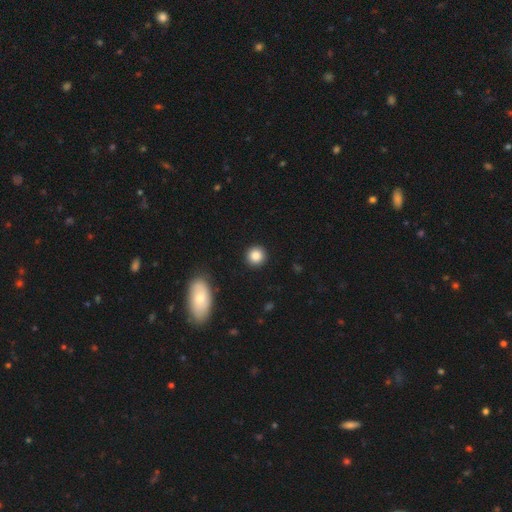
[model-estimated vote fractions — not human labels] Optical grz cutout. It shows a smooth galaxy with no disk features (87%) that is round (93%). Merging: none (91%).